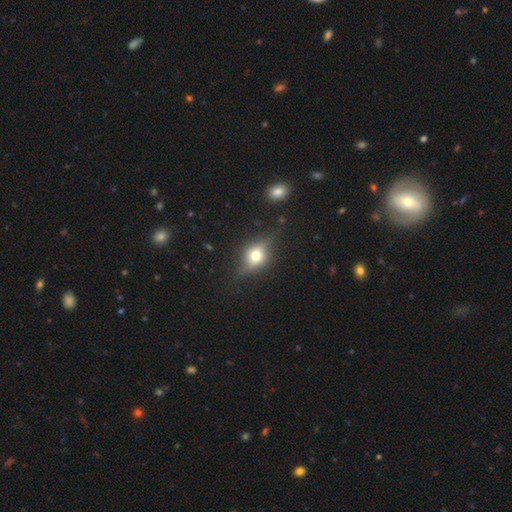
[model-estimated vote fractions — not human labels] This is marginally a featured or disk galaxy (45%, tied with smooth). Merging: likely none (74%).